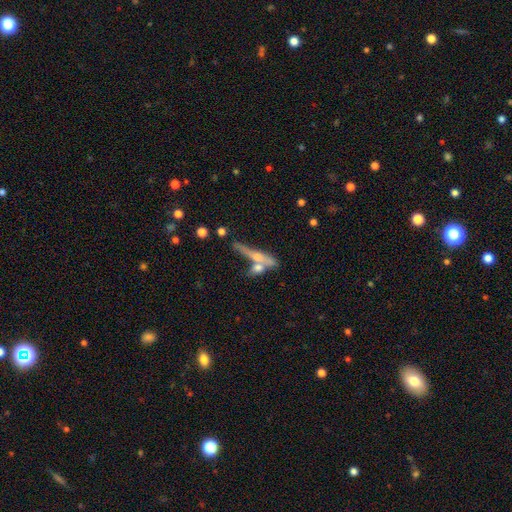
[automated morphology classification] smooth-or-featured: featured or disk: 52% | smooth: 37% | star or artifact: 11%
  disk-edge-on: yes: 83% | no: 17%
  merging: none: 49% | merger: 30% | minor disturbance: 14% | major disturbance: 8%